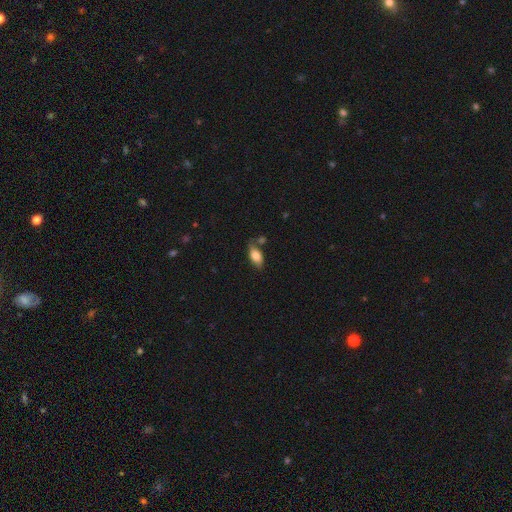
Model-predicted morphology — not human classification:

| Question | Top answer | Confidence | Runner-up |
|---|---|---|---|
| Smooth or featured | smooth | 77% | featured or disk (16%) |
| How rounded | in between | 89% | cigar-shaped (7%) |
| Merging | none | 62% | minor disturbance (21%) |